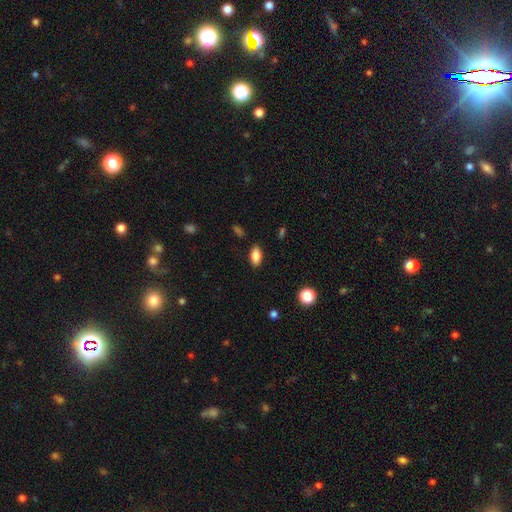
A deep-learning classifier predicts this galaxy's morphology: This is clearly a smooth galaxy (85%). How rounded: clearly in between (90%). Merging: clearly none (87%).